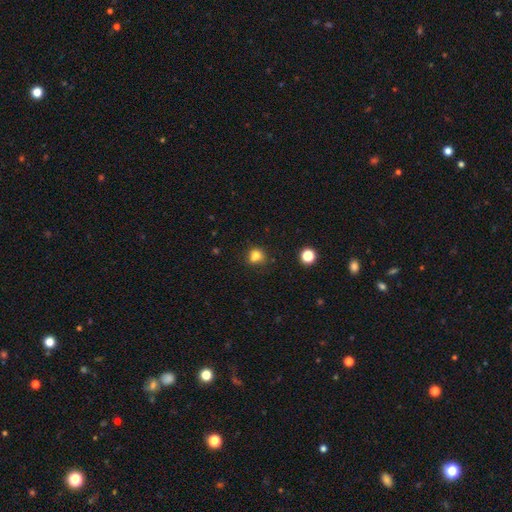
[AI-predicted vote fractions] Morphology: type=smooth (79%); roundness=round (78%); merging=none (64%).